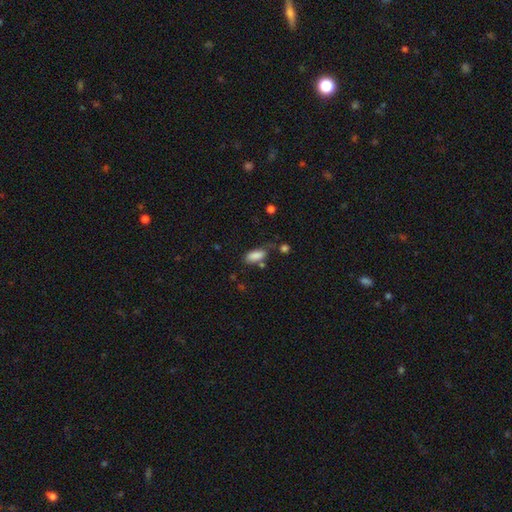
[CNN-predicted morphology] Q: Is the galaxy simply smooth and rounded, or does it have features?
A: smooth — 86%.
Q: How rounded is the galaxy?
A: in between — 87%.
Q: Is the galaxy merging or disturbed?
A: none — 60%.